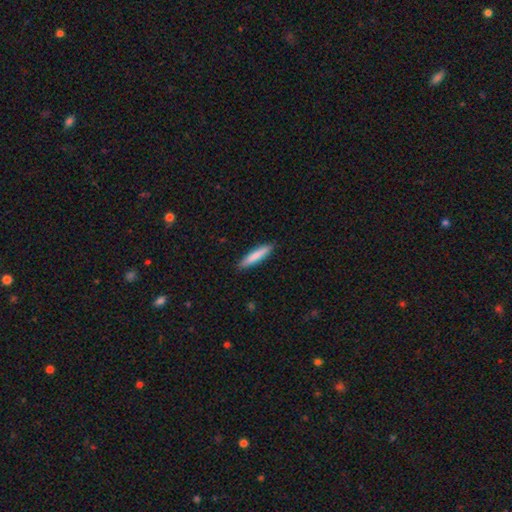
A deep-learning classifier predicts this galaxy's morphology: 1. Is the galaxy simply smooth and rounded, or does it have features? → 81% smooth, 14% featured or disk, 5% star or artifact.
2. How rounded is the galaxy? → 87% cigar-shaped, 12% in between, 1% round.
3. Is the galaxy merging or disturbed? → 90% none, 7% minor disturbance, 2% major disturbance, 1% merger.